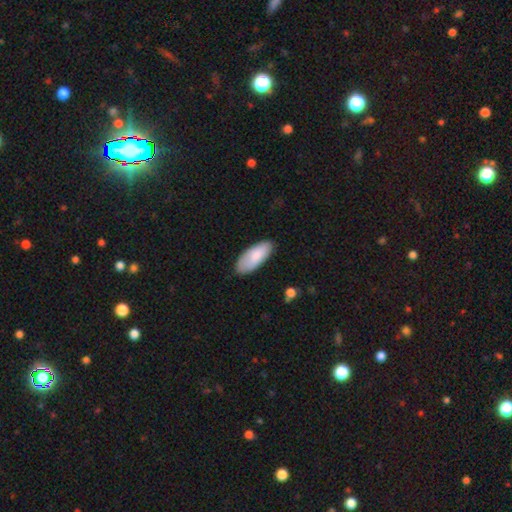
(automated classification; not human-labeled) A smooth galaxy with no disk features (83%) that is in between round and cigar-shaped (85%). Merging: none (82%).